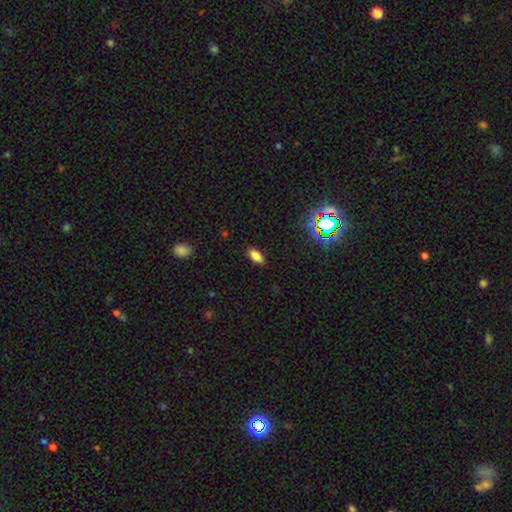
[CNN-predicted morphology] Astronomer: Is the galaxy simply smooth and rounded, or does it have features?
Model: smooth — 81%.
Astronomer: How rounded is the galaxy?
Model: in between — 90%.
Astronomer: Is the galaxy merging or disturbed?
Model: none — 88%.